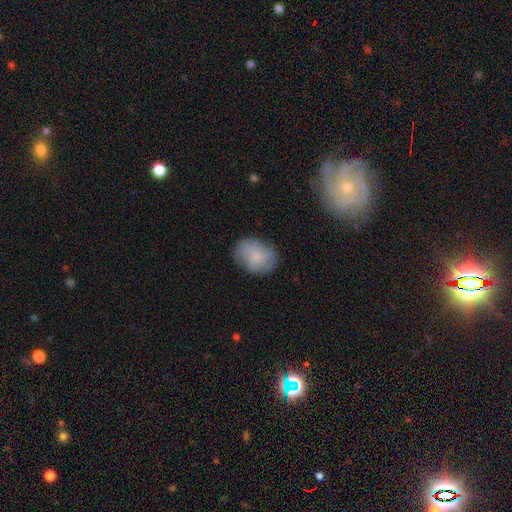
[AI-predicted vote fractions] A smooth galaxy with no disk features (70%) that is in between round and cigar-shaped (61%).

Vote fractions:
- Smooth or featured? smooth: 70% / featured or disk: 23% / star or artifact: 8%
- How rounded? in between: 61% / round: 38% / cigar-shaped: 1%
- Merging? none: 70% / minor disturbance: 22% / major disturbance: 6% / merger: 2%